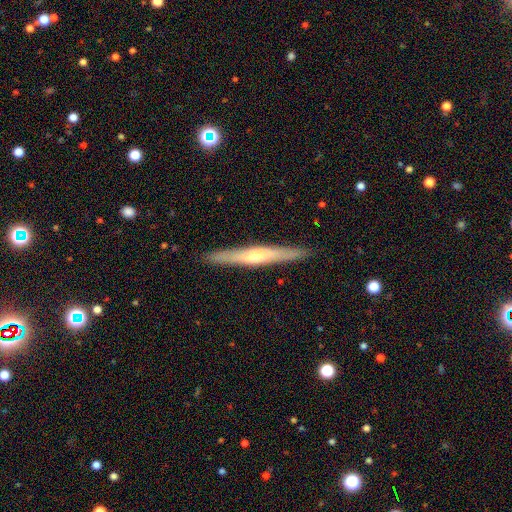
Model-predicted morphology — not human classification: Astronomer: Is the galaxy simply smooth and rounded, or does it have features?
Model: featured or disk — 58% (runner-up: smooth, 36%).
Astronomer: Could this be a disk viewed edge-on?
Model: yes — 95%.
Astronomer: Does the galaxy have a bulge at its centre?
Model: rounded — 69%.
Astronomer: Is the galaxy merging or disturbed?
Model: none — 91%.